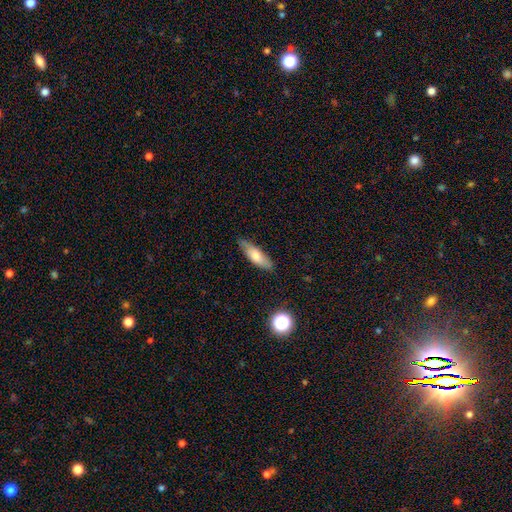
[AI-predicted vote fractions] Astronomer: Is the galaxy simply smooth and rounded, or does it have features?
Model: smooth — 68%.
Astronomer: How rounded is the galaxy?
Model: in between — 49%, tied with cigar-shaped at 49%.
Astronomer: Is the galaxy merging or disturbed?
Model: none — 77%.